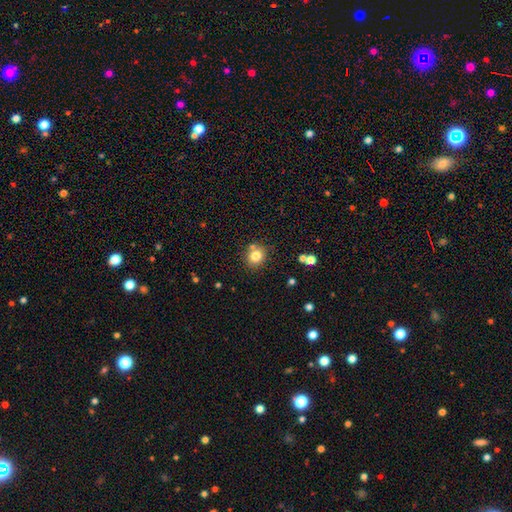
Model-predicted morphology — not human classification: smooth 80%, star or artifact 12%, featured or disk 8%. Down the decision tree: how rounded — round (79%); merging — none (76%).